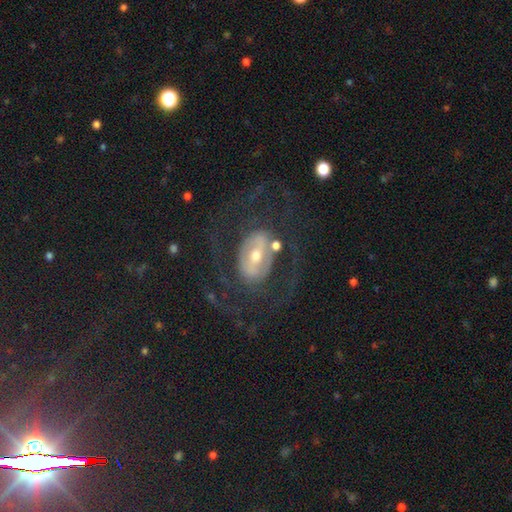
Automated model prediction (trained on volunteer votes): A featured or disk galaxy (77%) with a strong bar (41%), spiral arms (67%) and a moderate central bulge (57%).

Vote fractions:
- Smooth or featured? featured or disk: 77% / smooth: 16% / star or artifact: 7%
- Edge-on disk? no: 94% / yes: 6%
- Bar? strong: 41% / weak: 35% / no: 24%
- Spiral arms? yes: 67% / no: 33%
- Bulge size? moderate: 57% / small: 33% / large: 7% / dominant: 2% / none: 1%
- Merging? none: 63% / major disturbance: 19% / minor disturbance: 14% / merger: 3%